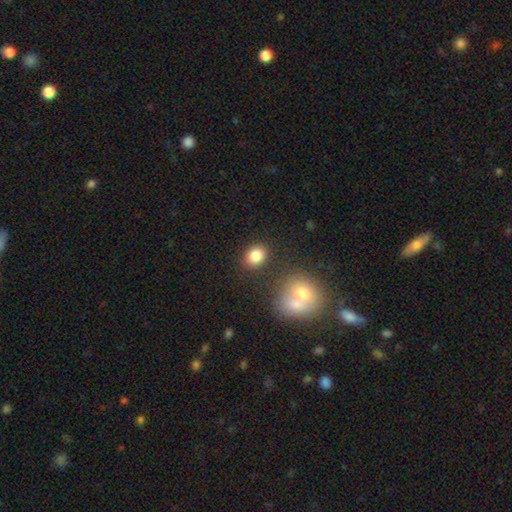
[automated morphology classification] smooth-or-featured: smooth: 84% | star or artifact: 10% | featured or disk: 6%
  how-rounded: in between: 53% | round: 46% | cigar-shaped: 1%
  merging: none: 81% | minor disturbance: 10% | merger: 6% | major disturbance: 3%